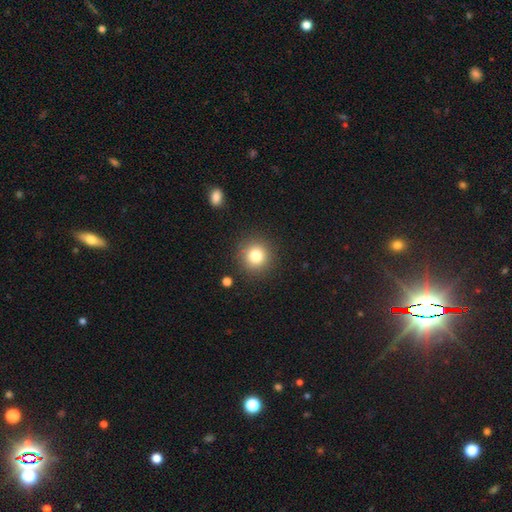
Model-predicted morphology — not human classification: Overall: smooth (80%). How rounded: round (93%). Merging: none (89%).